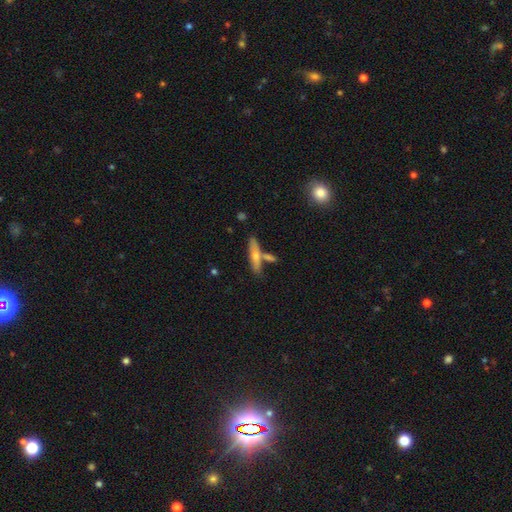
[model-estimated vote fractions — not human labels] Morphology: type=smooth (59%); roundness=cigar-shaped (75%); merging=none (64%).